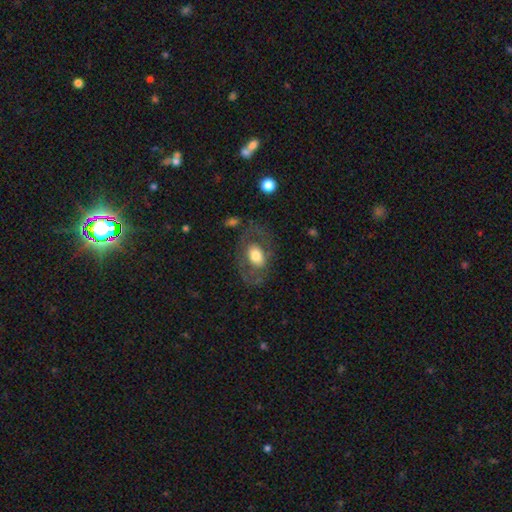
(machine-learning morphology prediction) type=smooth (51%); roundness=in between (76%); merging=none (67%).